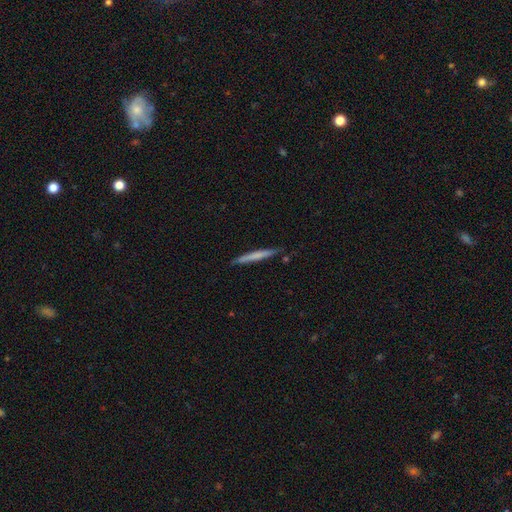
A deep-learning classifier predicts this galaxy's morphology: type=smooth (60%); roundness=cigar-shaped (97%); merging=none (87%).